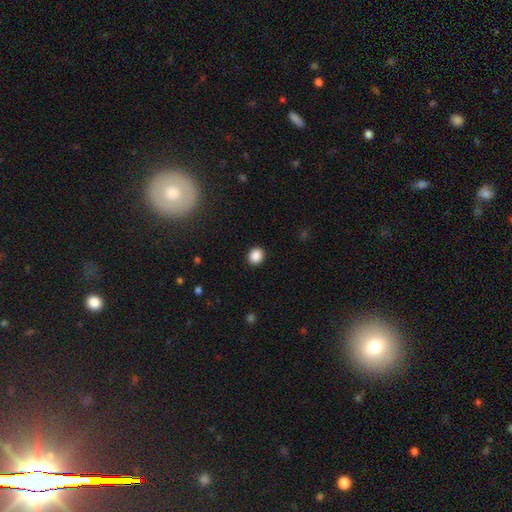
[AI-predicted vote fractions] Smooth or featured? Predicted: smooth (p=0.88). How rounded? Predicted: round (p=0.80). Merging? Predicted: none (p=0.91).